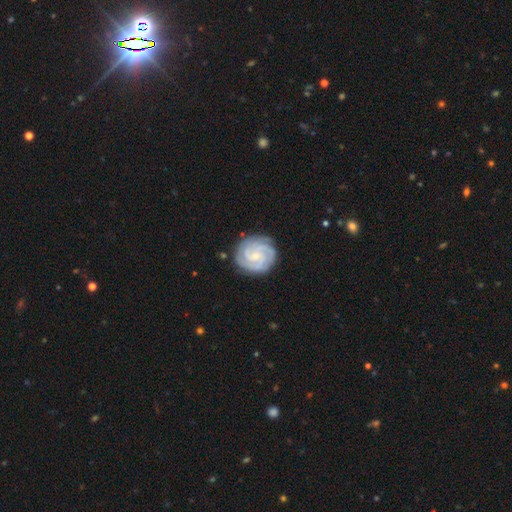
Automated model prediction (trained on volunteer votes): smooth_or_featured: featured or disk (p=0.89) [alt: smooth p=0.06]
disk_edge_on: no (p=0.98) [alt: yes p=0.02]
bar: no (p=0.59) [alt: weak p=0.34]
has_spiral_arms: yes (p=0.98) [alt: no p=0.02]
spiral_winding: tight (p=0.75) [alt: medium p=0.23]
spiral_arm_count: 3 (p=0.44) [alt: 2 p=0.18]
bulge_size: small (p=0.76) [alt: moderate p=0.16]
merging: none (p=0.84) [alt: minor disturbance p=0.12]